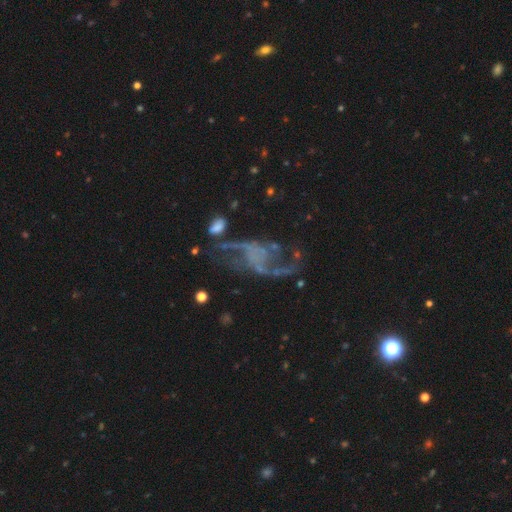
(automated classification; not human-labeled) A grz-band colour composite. It shows a featured or disk galaxy (81%) with no bar (64%), 2 (83%) loose (83%) spiral arms (86%) and no central bulge (76%). Merging: none (44%).